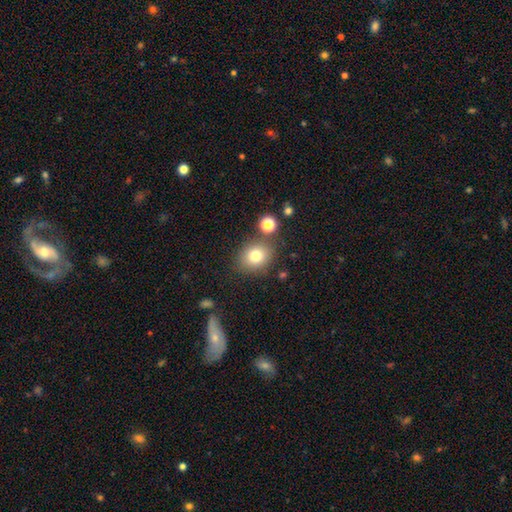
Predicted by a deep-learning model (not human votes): Morphology: type=smooth (77%); roundness=round (66%); merging=none (76%).